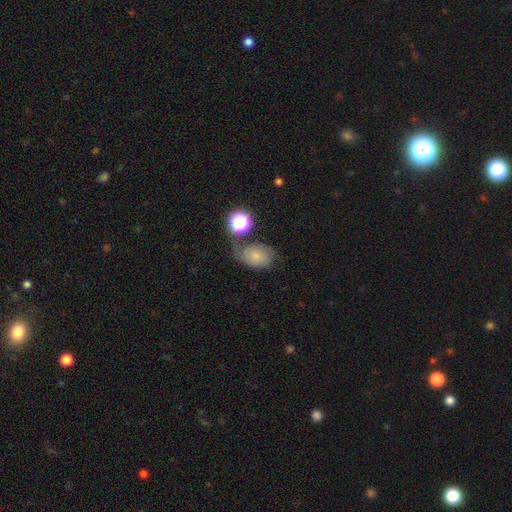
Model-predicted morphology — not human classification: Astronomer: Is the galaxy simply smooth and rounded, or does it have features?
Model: smooth — 63%.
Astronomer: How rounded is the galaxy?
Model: in between — 77%.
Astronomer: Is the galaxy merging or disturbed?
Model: none — 52%.